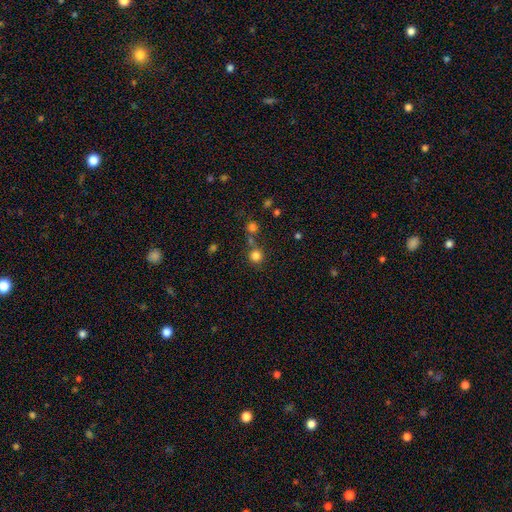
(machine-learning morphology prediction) Smooth or featured? Predicted: smooth (p=0.80). How rounded? Predicted: round (p=0.93). Merging? Predicted: none (p=0.71).